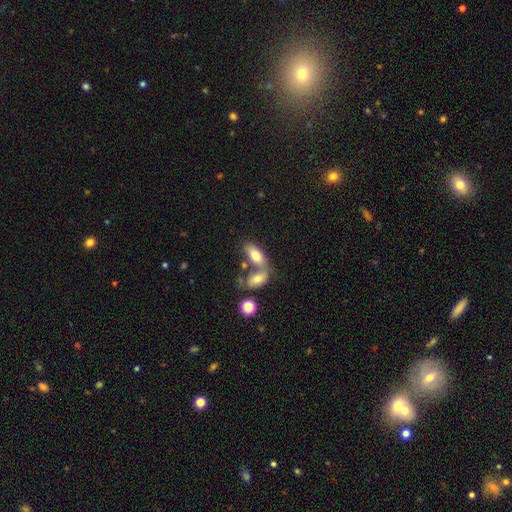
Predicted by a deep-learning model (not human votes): Overall: smooth (74%). How rounded: in between (85%). Merging: merger (49%; none 37%).